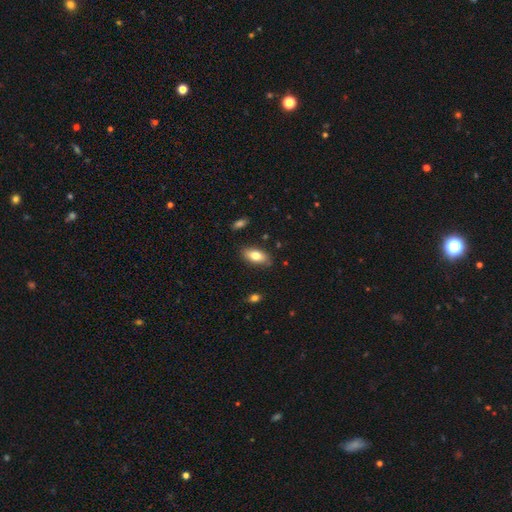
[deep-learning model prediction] smooth 79%, featured or disk 14%, star or artifact 7%. Down the decision tree: how rounded — in between (89%); merging — none (83%).